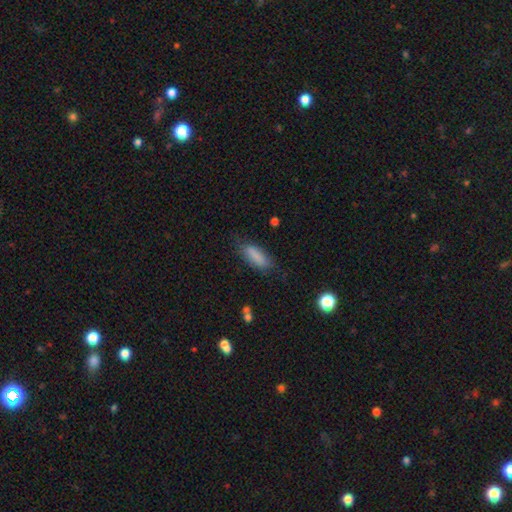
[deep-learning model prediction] A smooth galaxy with no disk features (83%) that is in between round and cigar-shaped (58%).

Vote fractions:
- Smooth or featured? smooth: 83% / featured or disk: 9% / star or artifact: 8%
- How rounded? in between: 58% / cigar-shaped: 40% / round: 2%
- Merging? none: 71% / minor disturbance: 21% / major disturbance: 6% / merger: 2%